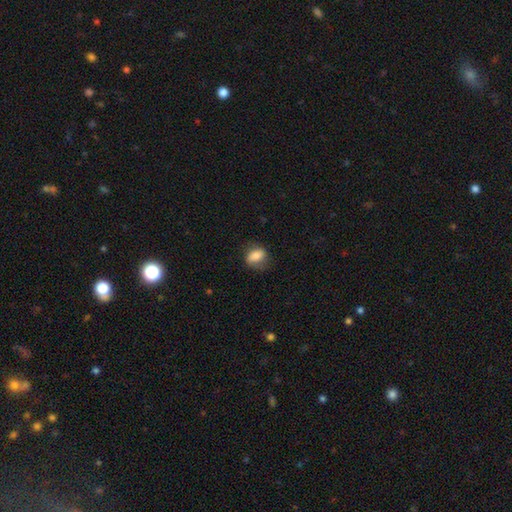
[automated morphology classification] This appears to be a smooth galaxy with no disk features (80%) that is in between round and cigar-shaped (71%). Merging: none (67%).